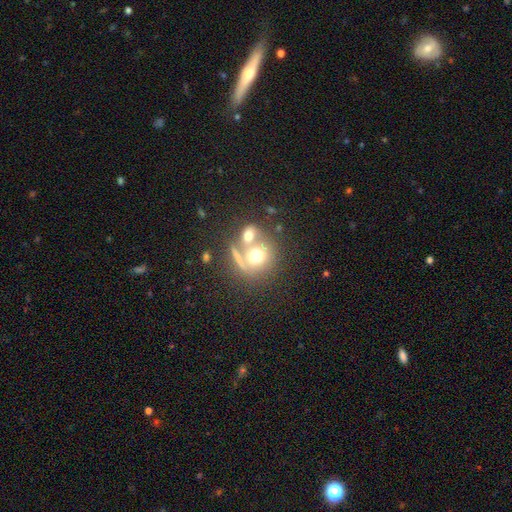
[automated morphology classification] smooth_or_featured: smooth (p=0.62) [alt: featured or disk p=0.24]
how_rounded: round (p=0.78) [alt: in between p=0.20]
merging: merger (p=0.43) [alt: none p=0.41]